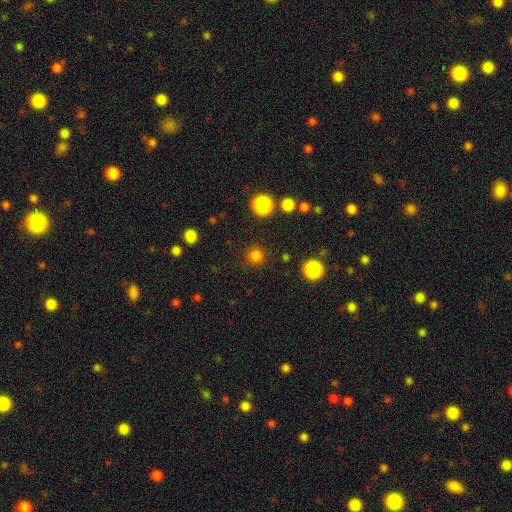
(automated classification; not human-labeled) Smooth or featured: smooth — 80% (star or artifact — 17%)
How rounded: round — 95% (in between — 4%)
Merging: none — 89% (minor disturbance — 6%)